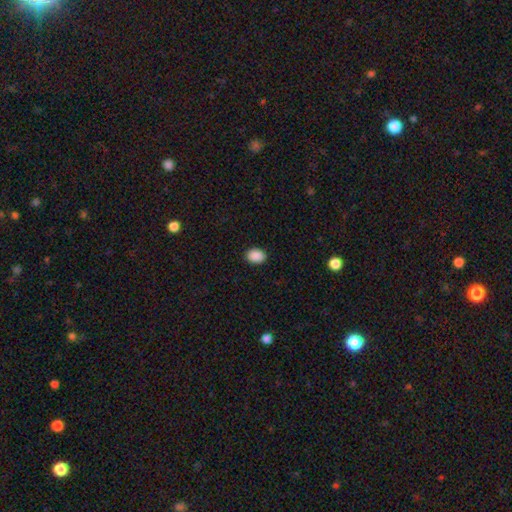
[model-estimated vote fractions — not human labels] This appears to be a smooth galaxy with no disk features (90%) that is in between round and cigar-shaped (71%). Merging: none (90%).